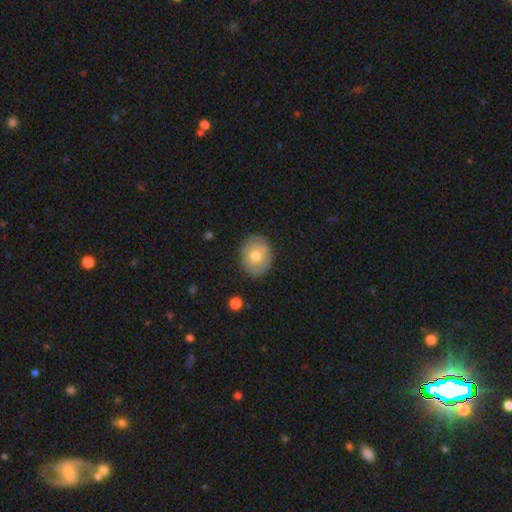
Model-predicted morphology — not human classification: A smooth galaxy with no disk features (70%) that is in between round and cigar-shaped (51%). Merging: none (82%).